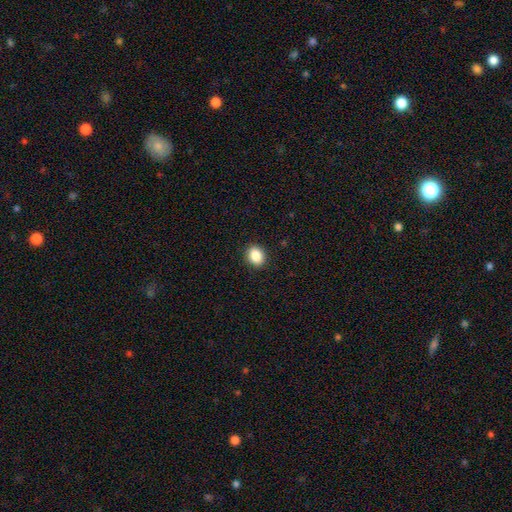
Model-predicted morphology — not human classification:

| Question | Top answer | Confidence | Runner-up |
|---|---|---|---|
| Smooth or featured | smooth | 87% | star or artifact (9%) |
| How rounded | in between | 50% | round (49%) |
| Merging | none | 91% | minor disturbance (7%) |